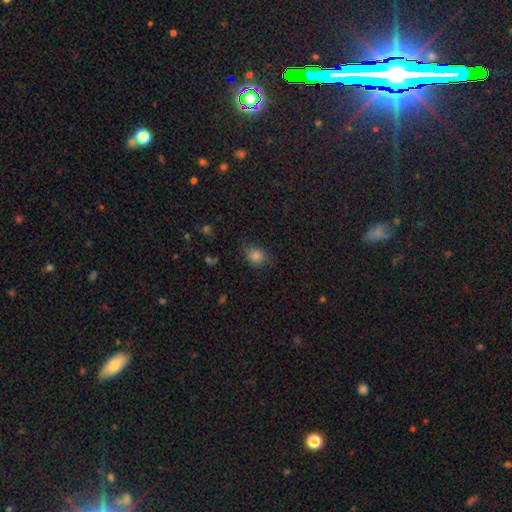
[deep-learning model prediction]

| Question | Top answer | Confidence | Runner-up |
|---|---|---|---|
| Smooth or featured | smooth | 80% | star or artifact (14%) |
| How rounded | in between | 56% | round (43%) |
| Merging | none | 76% | minor disturbance (19%) |